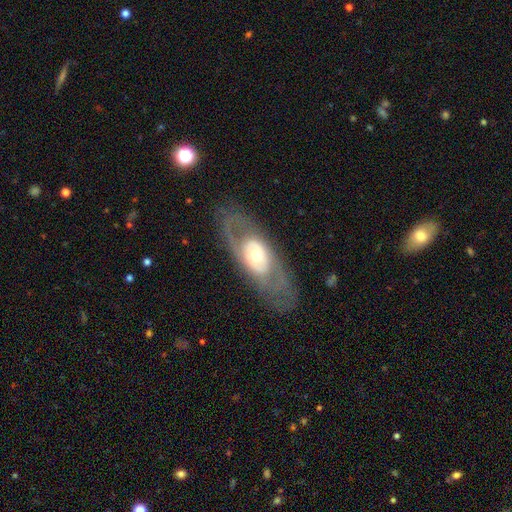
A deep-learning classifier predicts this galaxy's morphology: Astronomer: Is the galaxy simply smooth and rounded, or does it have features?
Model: featured or disk — 71%.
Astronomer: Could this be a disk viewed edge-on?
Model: no — 85%.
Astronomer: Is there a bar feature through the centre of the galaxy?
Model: no — 73%.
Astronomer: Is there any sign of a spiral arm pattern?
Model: yes — 51% (runner-up: no, 49%).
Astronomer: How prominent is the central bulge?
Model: moderate — 60%.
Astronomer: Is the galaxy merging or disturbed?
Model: none — 75%.